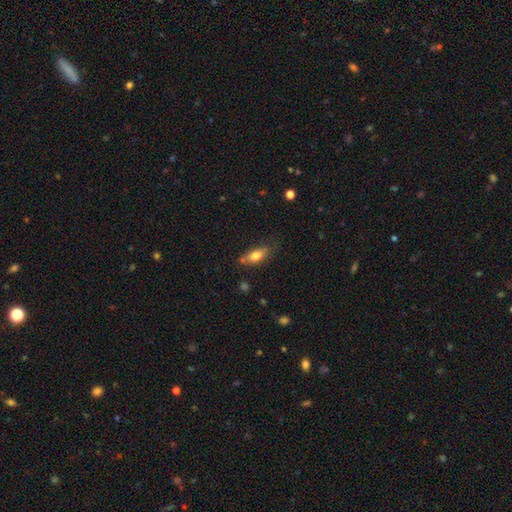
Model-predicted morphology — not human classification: smooth-or-featured: smooth: 76% | featured or disk: 16% | star or artifact: 8%
  how-rounded: in between: 78% | cigar-shaped: 19% | round: 4%
  merging: none: 67% | minor disturbance: 21% | merger: 7% | major disturbance: 5%